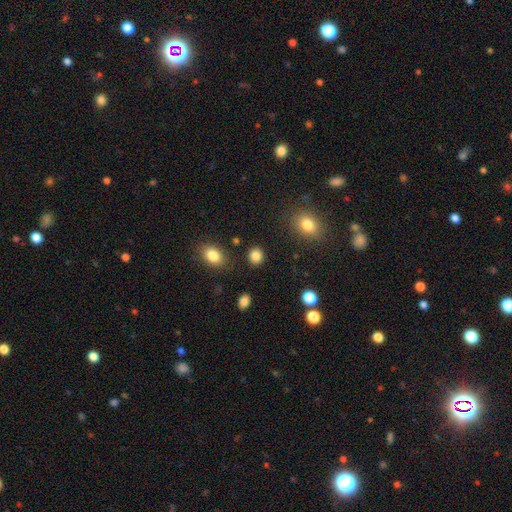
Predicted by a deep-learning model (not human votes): Smooth or featured? Predicted: smooth (p=0.85). How rounded? Predicted: round (p=0.76). Merging? Predicted: none (p=0.88).